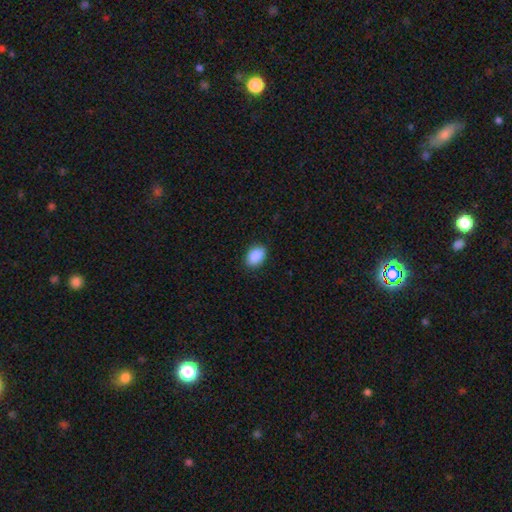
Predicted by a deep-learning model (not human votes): The model was most divided on "how rounded": in between: 85%, round: 14%, cigar-shaped: 1%. More confident: smooth or featured — smooth (90%); merging — none (88%).